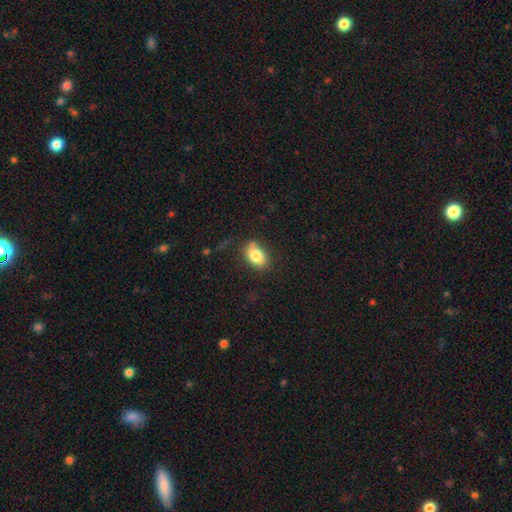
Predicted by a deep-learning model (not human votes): This is clearly a smooth galaxy (82%). How rounded: clearly in between (84%). Merging: likely none (69%).